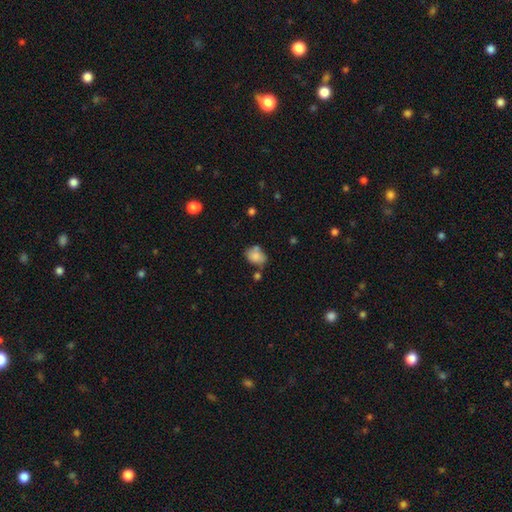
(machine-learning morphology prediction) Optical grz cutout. It shows a smooth galaxy with no disk features (79%) that is in between round and cigar-shaped (64%). Merging: none (54%).